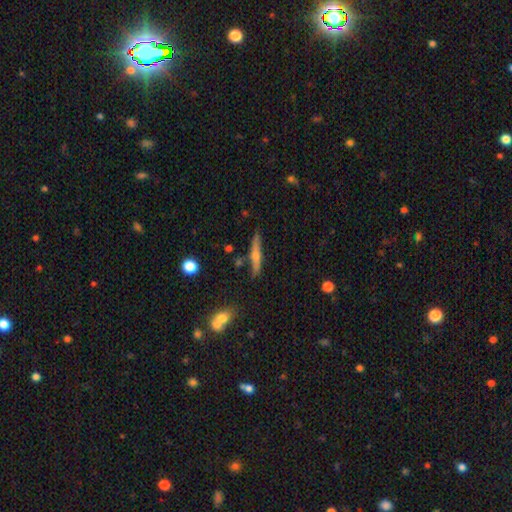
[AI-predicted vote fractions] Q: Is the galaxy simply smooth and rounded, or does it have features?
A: featured or disk — 55%.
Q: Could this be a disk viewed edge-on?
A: yes — 94%.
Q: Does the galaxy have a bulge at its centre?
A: rounded — 82%.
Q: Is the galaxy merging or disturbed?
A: none — 82%.